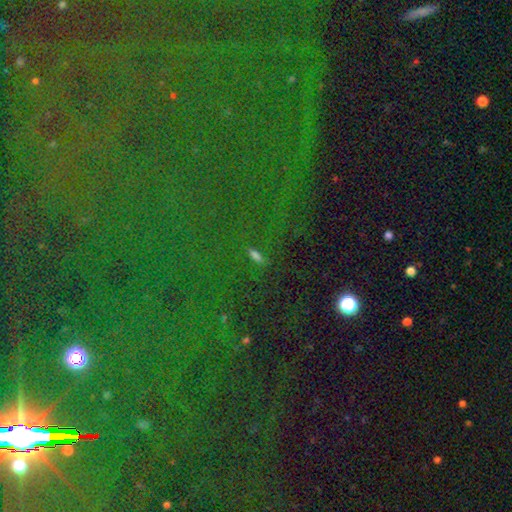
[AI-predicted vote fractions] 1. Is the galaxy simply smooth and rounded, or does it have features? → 43% star or artifact, 42% smooth, 15% featured or disk.